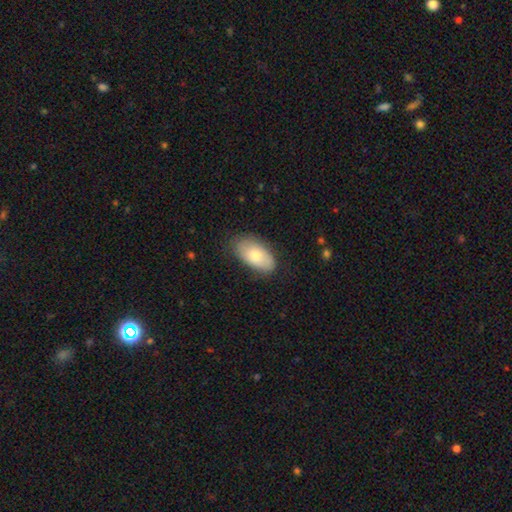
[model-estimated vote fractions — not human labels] Smooth or featured?
  - smooth: 76% *
  - featured or disk: 18%
  - star or artifact: 6%
How rounded?
  - in between: 95% *
  - round: 3%
  - cigar-shaped: 2%
Merging?
  - none: 77% *
  - minor disturbance: 18%
  - major disturbance: 4%
  - merger: 1%